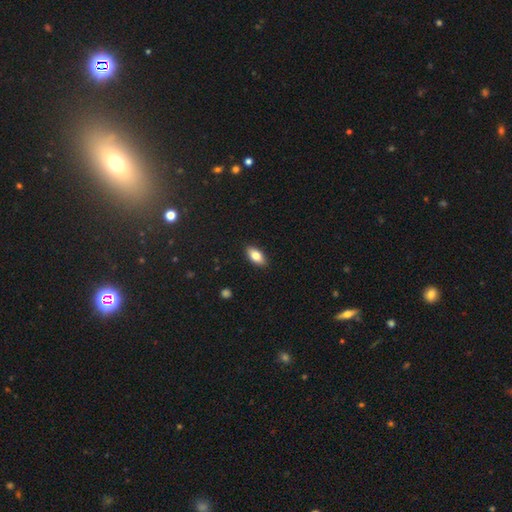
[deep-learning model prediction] A smooth galaxy with no disk features (80%) that is in between round and cigar-shaped (90%).

Vote fractions:
- Smooth or featured? smooth: 80% / featured or disk: 12% / star or artifact: 7%
- How rounded? in between: 90% / cigar-shaped: 7% / round: 4%
- Merging? none: 89% / minor disturbance: 8% / major disturbance: 2% / merger: 1%